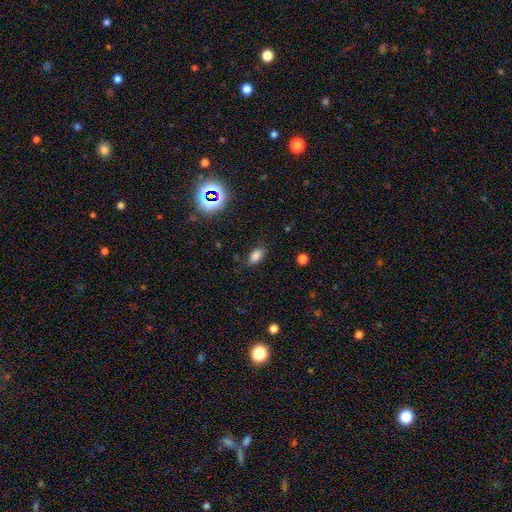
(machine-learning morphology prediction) Q: Smooth or featured?
A: smooth (79%); runner-up: star or artifact (15%)
Q: How rounded?
A: in between (88%); runner-up: round (7%)
Q: Merging?
A: none (78%); runner-up: minor disturbance (16%)